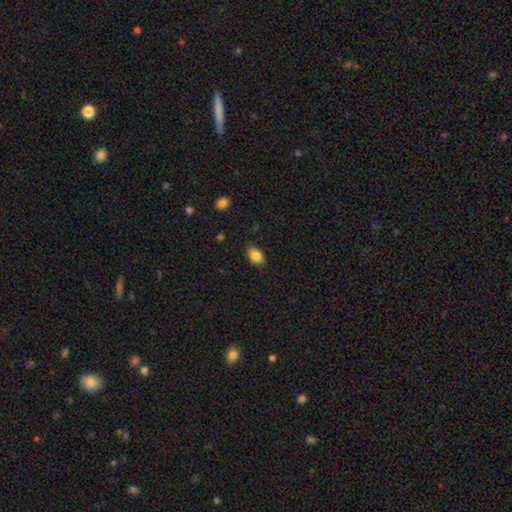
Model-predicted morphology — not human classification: Overall: smooth (86%). How rounded: in between (88%). Merging: none (85%).